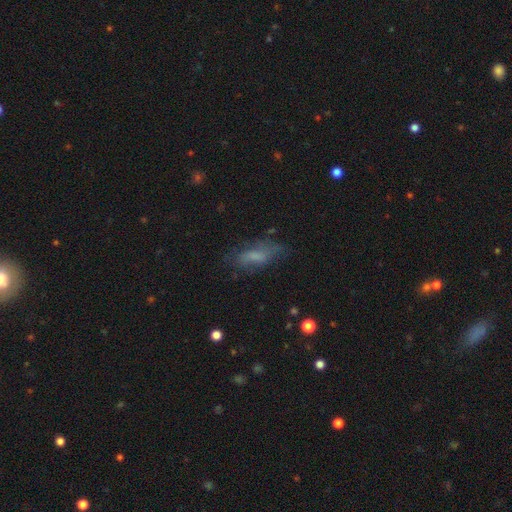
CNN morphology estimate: Q: Smooth or featured?
A: smooth (60%); runner-up: featured or disk (29%)
Q: How rounded?
A: in between (67%); runner-up: cigar-shaped (30%)
Q: Merging?
A: none (61%); runner-up: minor disturbance (24%)